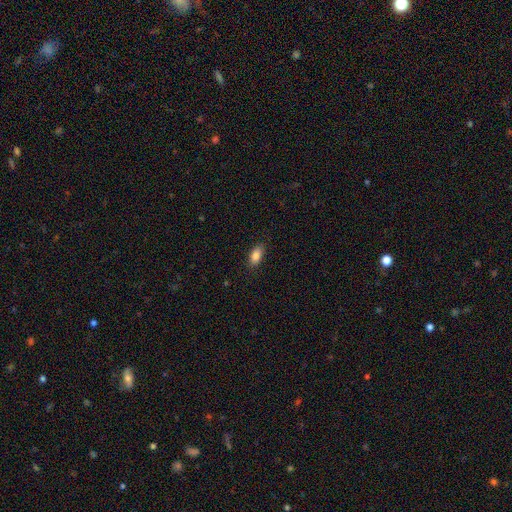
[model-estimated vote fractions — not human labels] Smooth or featured? Predicted: smooth (p=0.85). How rounded? Predicted: in between (p=0.90). Merging? Predicted: none (p=0.87).